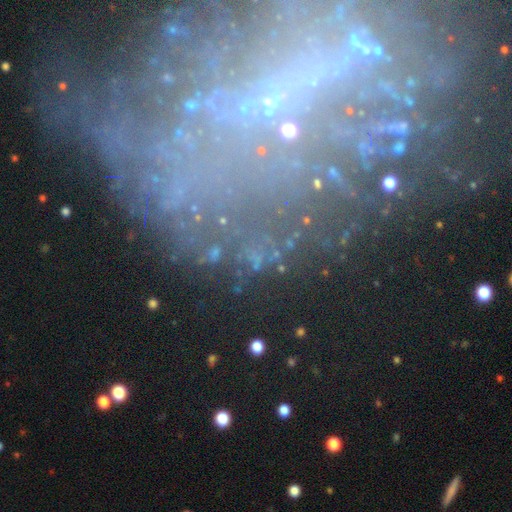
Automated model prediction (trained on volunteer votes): A star or artifact, not a galaxy (49%).